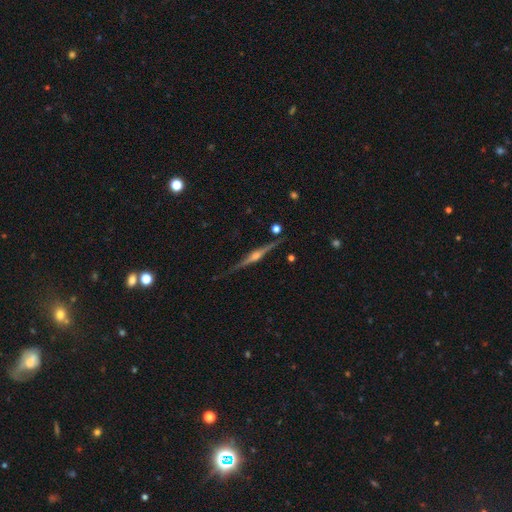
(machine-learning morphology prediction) This is clearly a featured or disk galaxy (85%). It is clearly viewed edge-on (98%). Edge-on bulge: clearly rounded (92%). Merging: clearly none (87%).